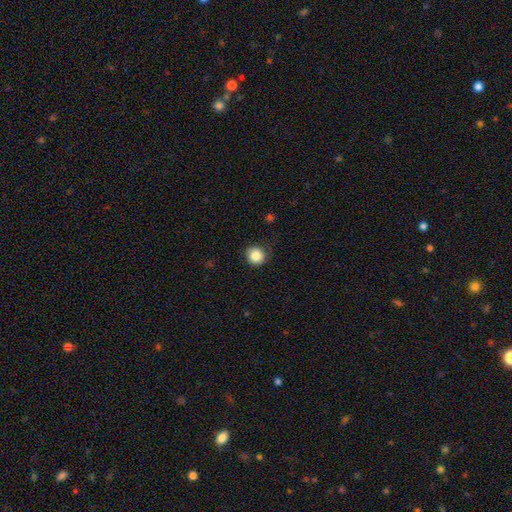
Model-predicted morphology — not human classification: Smooth or featured?
  - smooth: 85% *
  - star or artifact: 10%
  - featured or disk: 6%
How rounded?
  - round: 91% *
  - in between: 8%
  - cigar-shaped: 1%
Merging?
  - none: 84% *
  - minor disturbance: 12%
  - major disturbance: 3%
  - merger: 1%